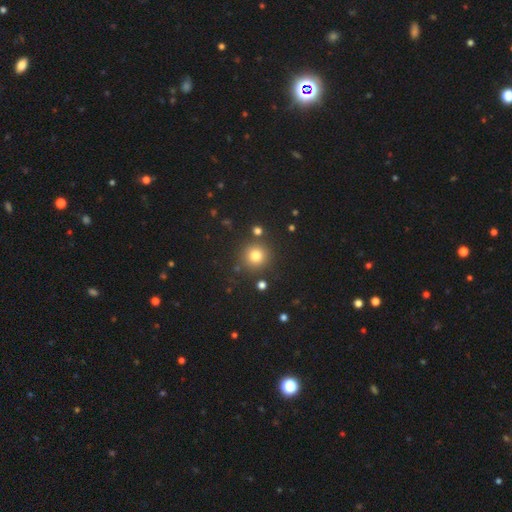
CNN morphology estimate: Smooth or featured: smooth — 78% (star or artifact — 15%)
How rounded: round — 94% (in between — 5%)
Merging: none — 86% (minor disturbance — 7%)